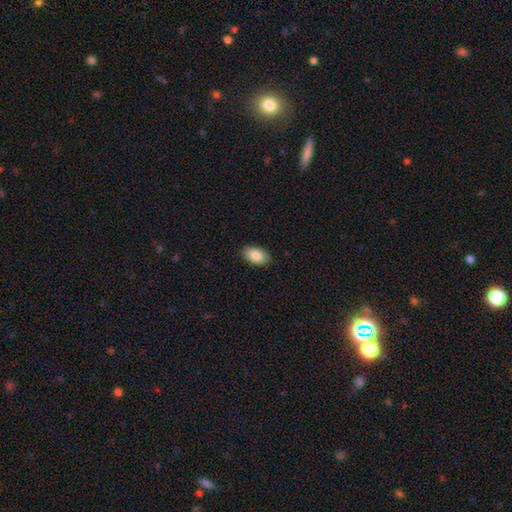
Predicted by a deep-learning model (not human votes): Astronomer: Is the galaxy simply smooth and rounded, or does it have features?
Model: smooth — 84%.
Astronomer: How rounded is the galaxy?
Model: in between — 93%.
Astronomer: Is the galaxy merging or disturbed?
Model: none — 89%.